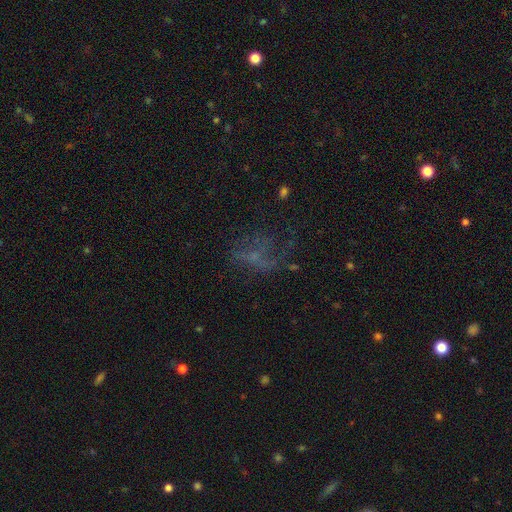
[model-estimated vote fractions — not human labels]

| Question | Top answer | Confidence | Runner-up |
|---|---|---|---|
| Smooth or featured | featured or disk | 44% | star or artifact (28%) |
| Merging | none | 40% | major disturbance (38%) |